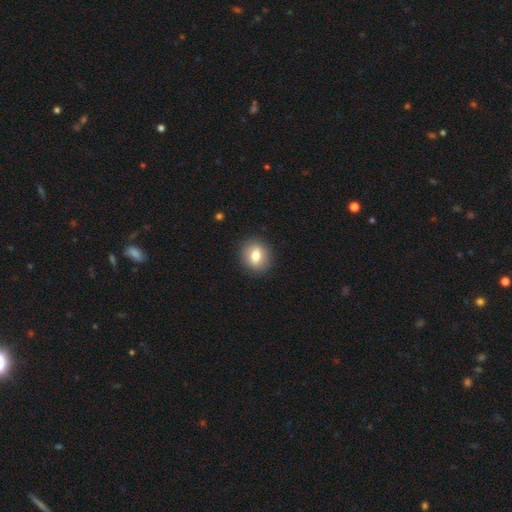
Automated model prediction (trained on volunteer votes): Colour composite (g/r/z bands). It shows a smooth galaxy with no disk features (73%) that is round (70%). Merging: none (90%).